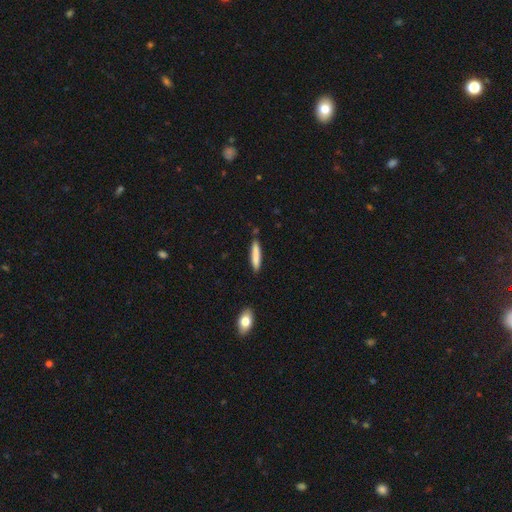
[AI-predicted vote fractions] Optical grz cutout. It shows a smooth galaxy with no disk features (82%) that is cigar-shaped (90%). Merging: none (87%).